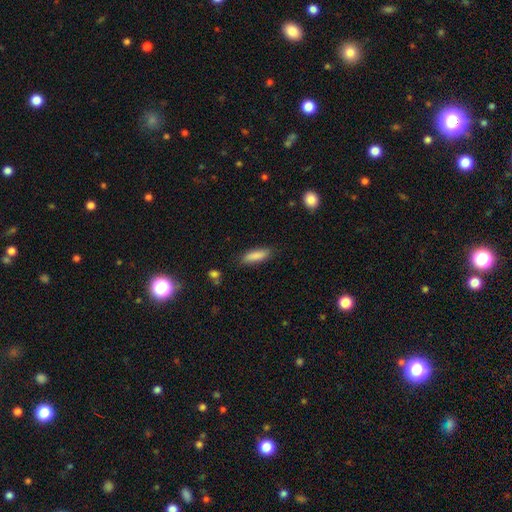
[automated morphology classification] A smooth galaxy with no disk features (87%) that is cigar-shaped (53%). Merging: none (84%).